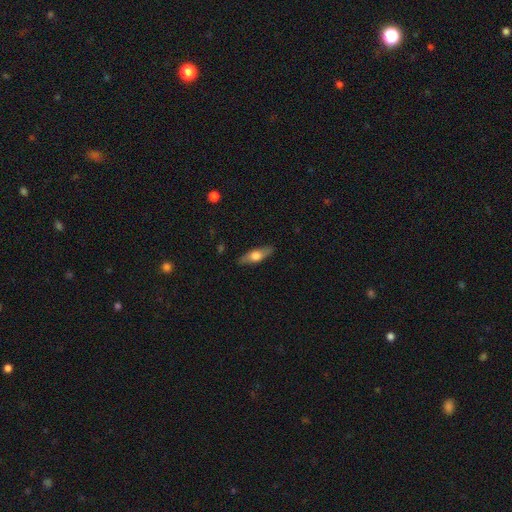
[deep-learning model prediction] smooth 50%, featured or disk 45%, star or artifact 6%. Down the decision tree: merging — none (86%).